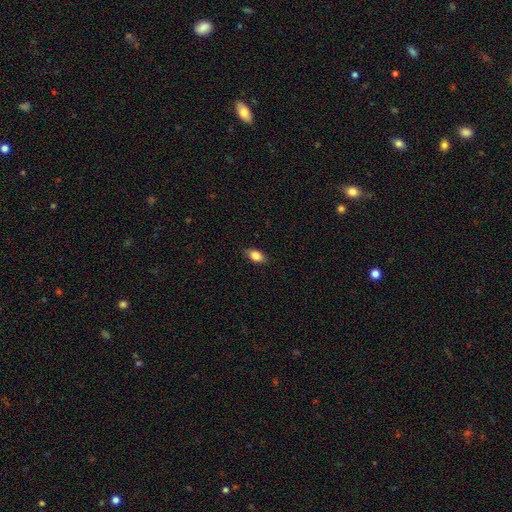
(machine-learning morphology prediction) smooth_or_featured: smooth (p=0.83) [alt: featured or disk p=0.09]
how_rounded: in between (p=0.86) [alt: round p=0.09]
merging: none (p=0.83) [alt: minor disturbance p=0.13]